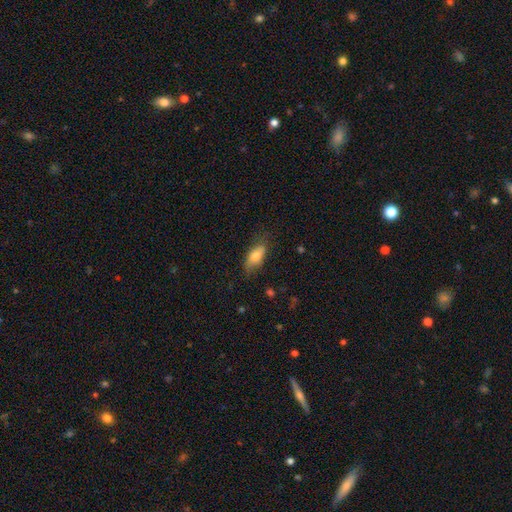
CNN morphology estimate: Smooth or featured? smooth (75%)
How rounded? in between (83%)
Merging? none (67%)